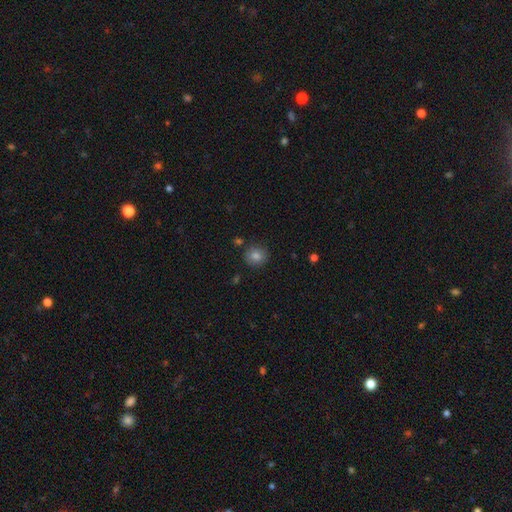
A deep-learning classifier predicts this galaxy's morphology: The model was most divided on "smooth or featured": smooth: 81%, star or artifact: 11%, featured or disk: 8%. More confident: how rounded — round (88%); merging — none (87%).